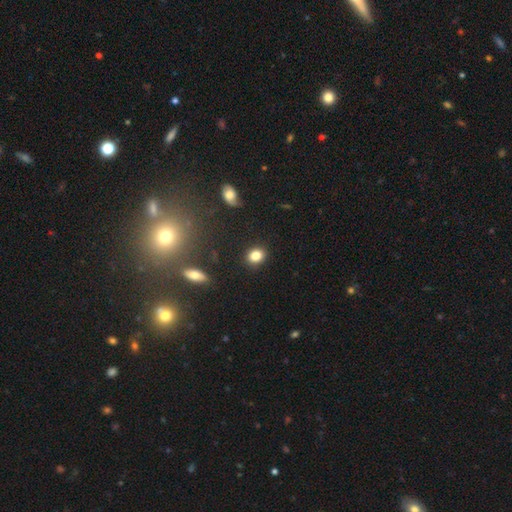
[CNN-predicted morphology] Smooth or featured? smooth (83%)
How rounded? round (54%)
Merging? none (88%)